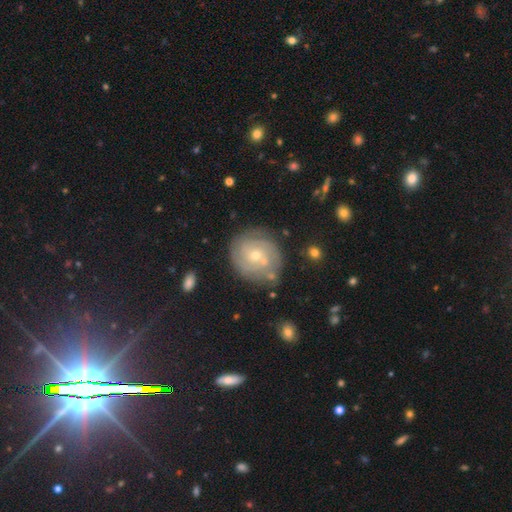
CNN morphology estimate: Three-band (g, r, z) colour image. It shows a featured or disk galaxy (74%) with no bar (69%), tight (71%) spiral arms (91%) and a small central bulge (59%). Merging: none (75%).